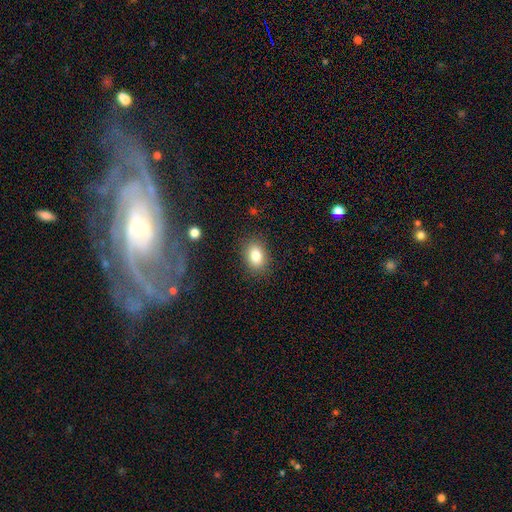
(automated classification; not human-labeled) Q: Smooth or featured?
A: smooth (82%); runner-up: star or artifact (10%)
Q: How rounded?
A: in between (70%); runner-up: round (29%)
Q: Merging?
A: none (86%); runner-up: minor disturbance (10%)